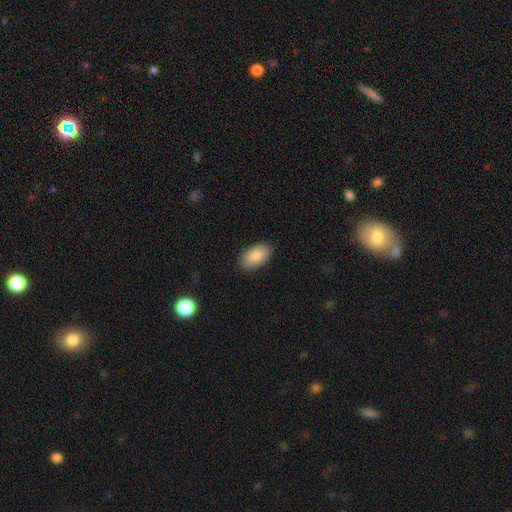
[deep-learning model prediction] smooth 88%, star or artifact 6%, featured or disk 6%. Down the decision tree: how rounded — in between (95%); merging — none (88%).